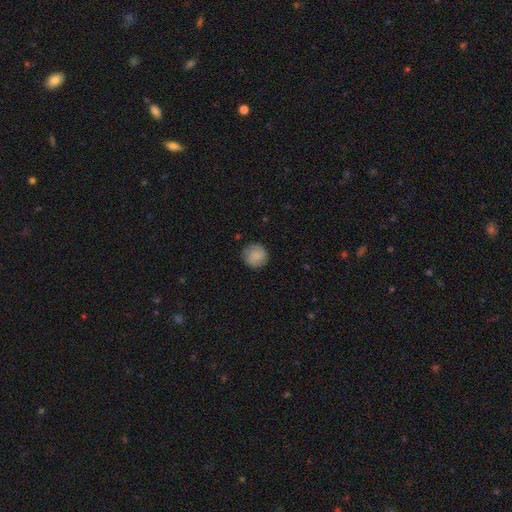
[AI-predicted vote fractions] A smooth galaxy with no disk features (50%). Merging: none (81%).